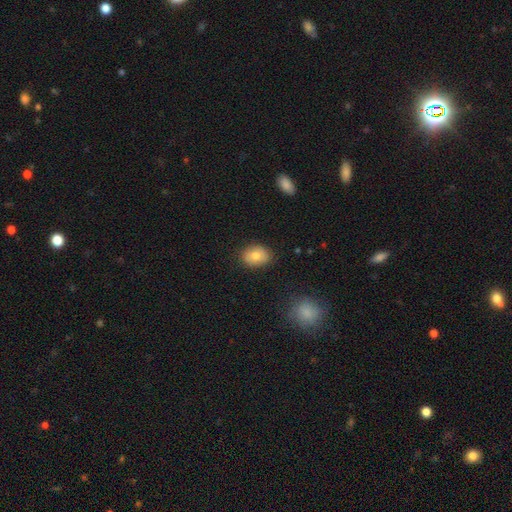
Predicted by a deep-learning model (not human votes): Morphology: type=smooth (79%); roundness=in between (75%); merging=none (84%).